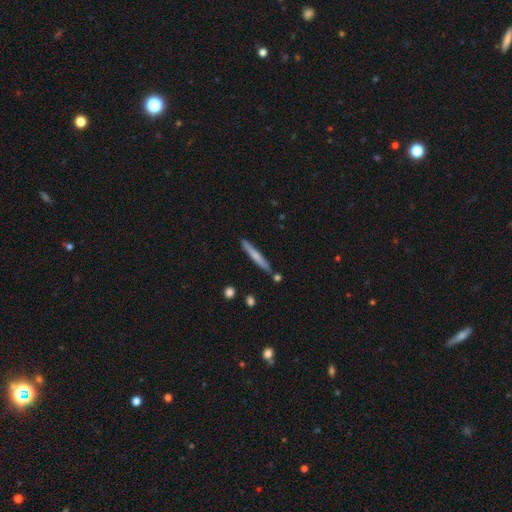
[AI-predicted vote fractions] The model was most divided on "smooth or featured": smooth: 56%, featured or disk: 39%, star or artifact: 6%. More confident: how rounded — cigar-shaped (95%); merging — none (84%).